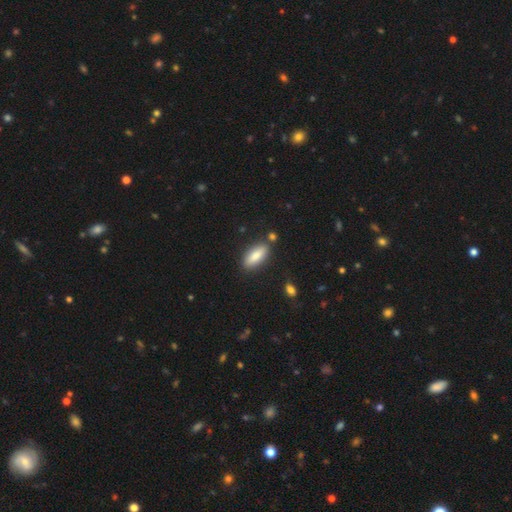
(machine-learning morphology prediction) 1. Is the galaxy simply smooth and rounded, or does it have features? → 80% smooth, 14% featured or disk, 6% star or artifact.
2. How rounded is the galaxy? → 70% in between, 28% cigar-shaped, 2% round.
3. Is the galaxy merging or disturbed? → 83% none, 10% minor disturbance, 5% merger, 2% major disturbance.